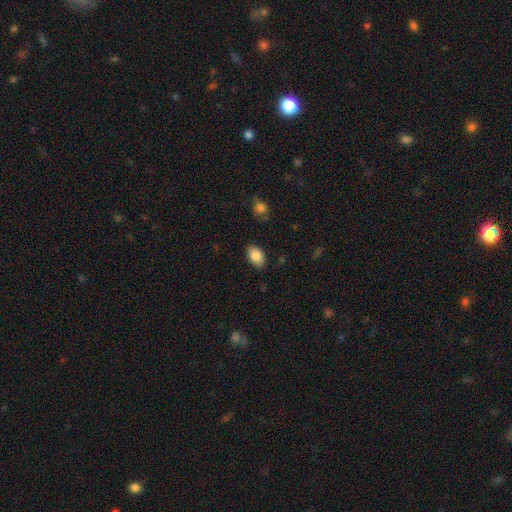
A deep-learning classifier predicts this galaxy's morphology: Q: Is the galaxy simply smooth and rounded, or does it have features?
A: smooth — 87%.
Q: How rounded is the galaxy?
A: in between — 89%.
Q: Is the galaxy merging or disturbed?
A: none — 85%.